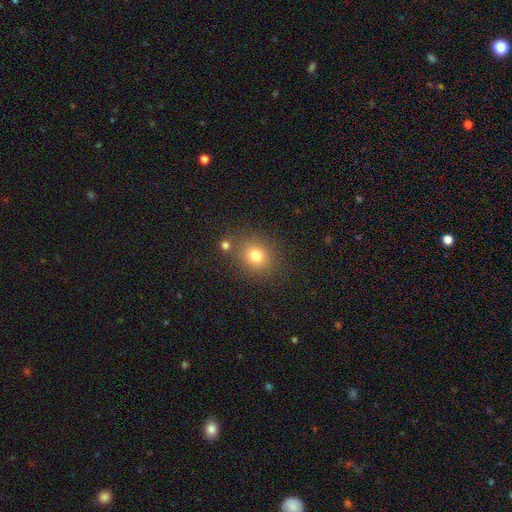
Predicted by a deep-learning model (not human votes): A smooth galaxy with no disk features (77%) that is round (76%).

Vote fractions:
- Smooth or featured? smooth: 77% / star or artifact: 15% / featured or disk: 8%
- How rounded? round: 76% / in between: 23% / cigar-shaped: 1%
- Merging? none: 78% / minor disturbance: 10% / merger: 8% / major disturbance: 4%